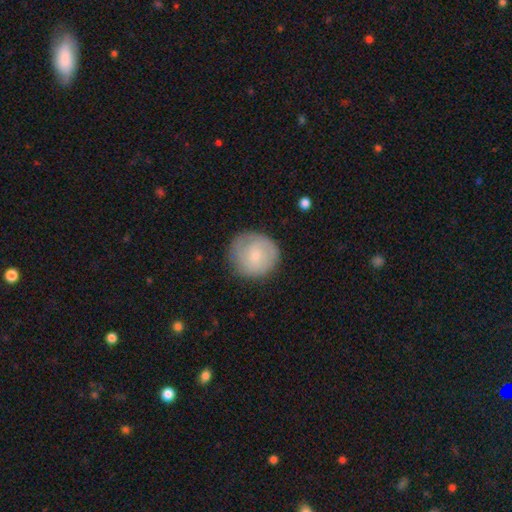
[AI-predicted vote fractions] Overall: smooth (63%; featured or disk 30%). How rounded: round (92%). Merging: none (80%).